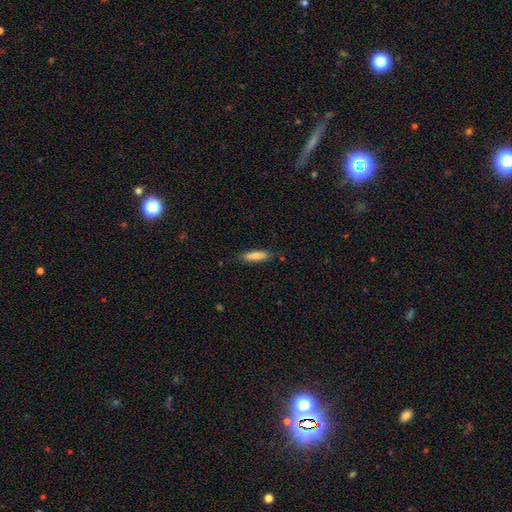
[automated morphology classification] Overall: smooth (82%). How rounded: cigar-shaped (61%; in between 38%). Merging: none (81%).